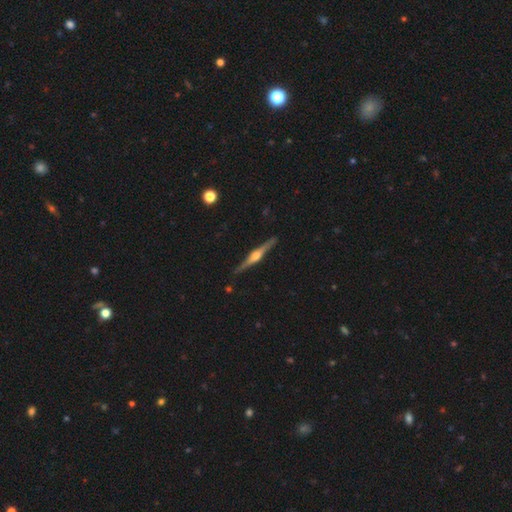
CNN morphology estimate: The model was most divided on "smooth or featured": featured or disk: 83%, smooth: 12%, star or artifact: 5%. More confident: edge-on disk — yes (98%); edge-on bulge — rounded (90%); merging — none (90%).